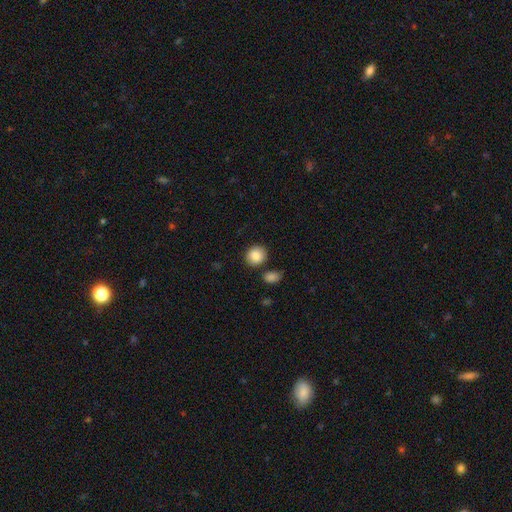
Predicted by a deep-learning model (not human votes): smooth-or-featured: smooth: 87% | star or artifact: 8% | featured or disk: 5%
  how-rounded: round: 76% | in between: 23% | cigar-shaped: 1%
  merging: none: 77% | minor disturbance: 12% | merger: 8% | major disturbance: 3%